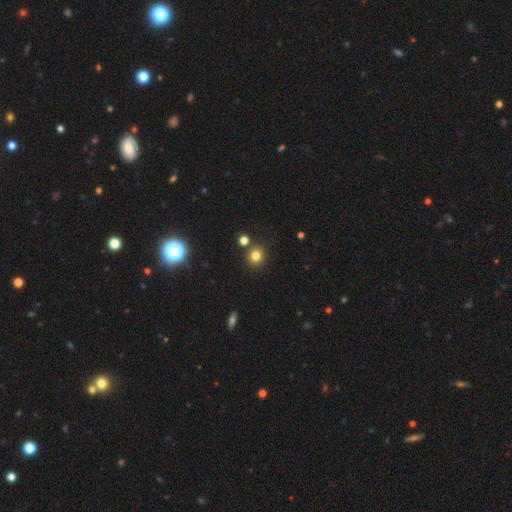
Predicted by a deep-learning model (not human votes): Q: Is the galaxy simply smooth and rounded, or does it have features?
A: smooth — 79%.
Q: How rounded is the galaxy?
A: round — 87%.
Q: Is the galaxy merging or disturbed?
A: none — 82%.